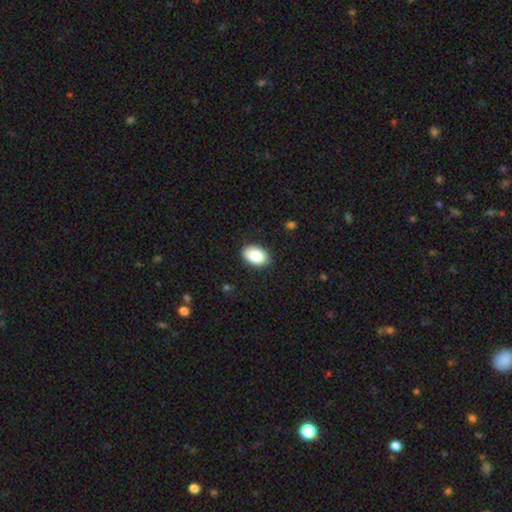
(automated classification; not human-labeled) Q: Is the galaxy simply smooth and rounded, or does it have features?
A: smooth — 86%.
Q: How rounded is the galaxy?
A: in between — 90%.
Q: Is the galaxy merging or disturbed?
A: none — 87%.